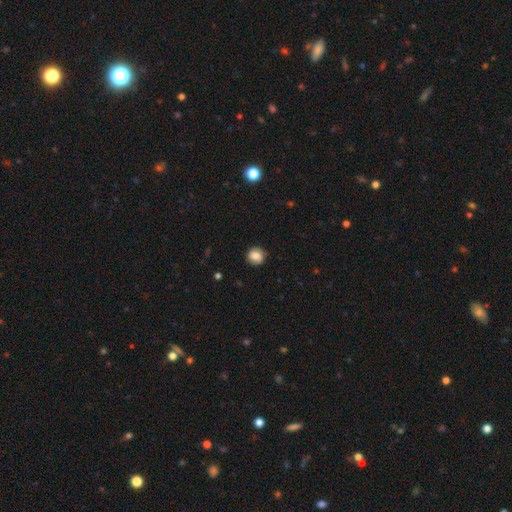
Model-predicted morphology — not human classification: type=smooth (75%); roundness=round (84%); merging=none (86%).